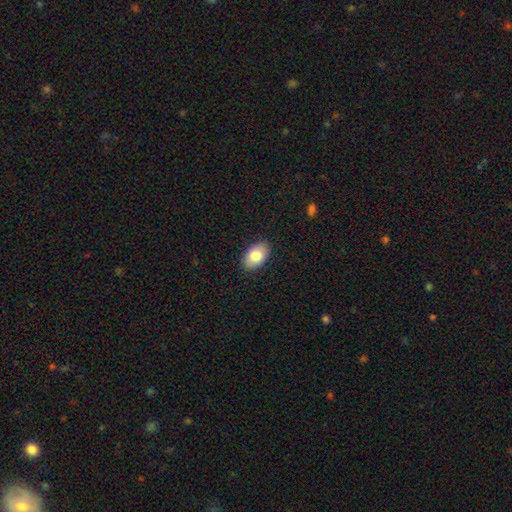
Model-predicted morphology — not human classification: A smooth galaxy with no disk features (81%) that is in between round and cigar-shaped (92%). Merging: none (88%).